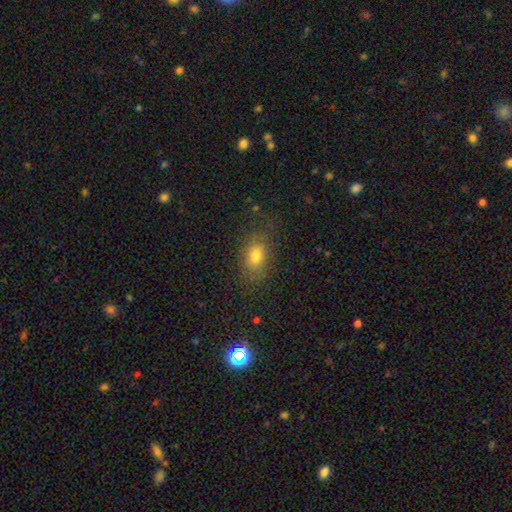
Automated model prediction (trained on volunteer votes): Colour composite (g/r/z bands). It shows a smooth galaxy with no disk features (76%) that is in between round and cigar-shaped (75%). Merging: none (74%).